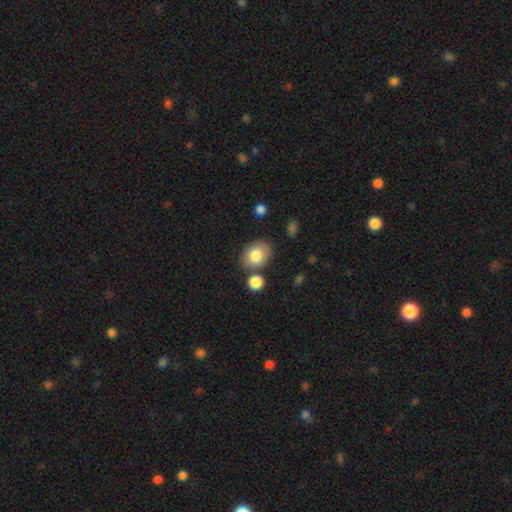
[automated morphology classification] This is clearly a smooth galaxy (81%). How rounded: likely in between (70%). Merging: likely none (71%).